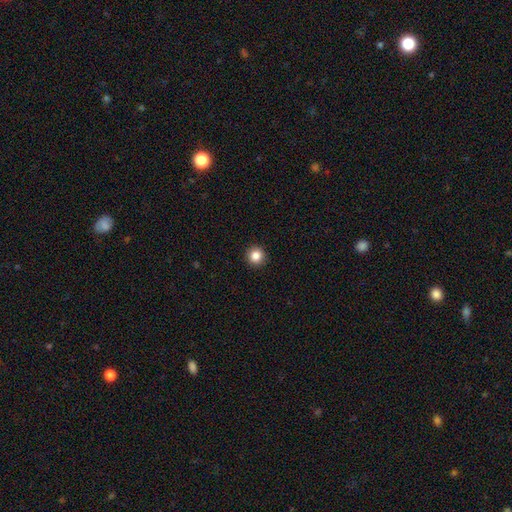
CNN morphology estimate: Smooth or featured? smooth (84%)
How rounded? round (96%)
Merging? none (94%)